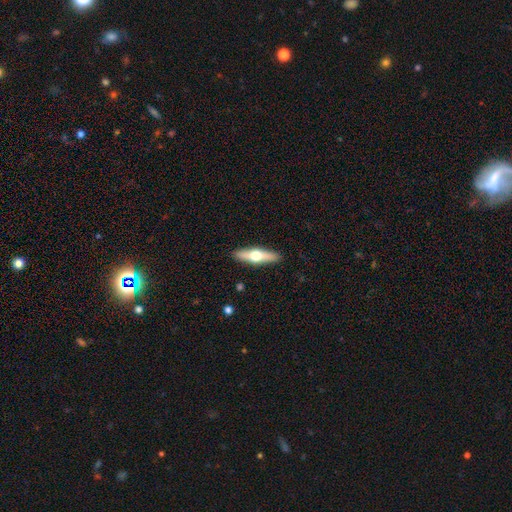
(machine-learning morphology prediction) This is possibly a featured or disk galaxy (54%). It is clearly viewed edge-on (92%). Merging: clearly none (91%).